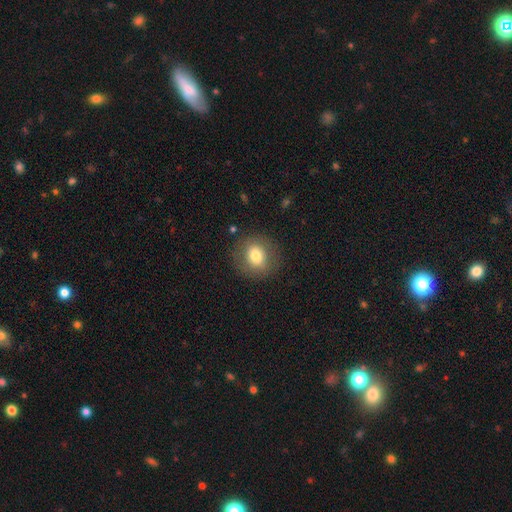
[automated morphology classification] type=smooth (75%); roundness=round (78%); merging=none (85%).